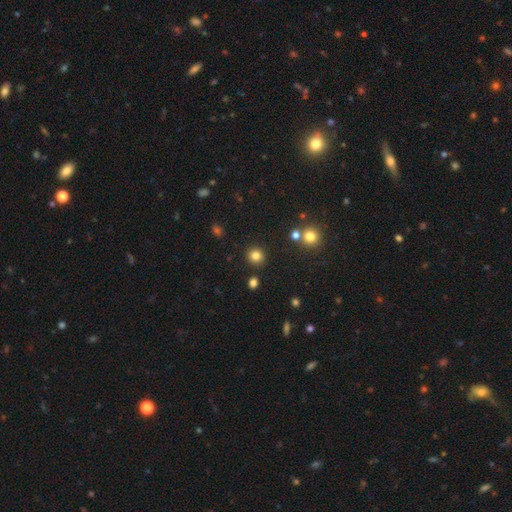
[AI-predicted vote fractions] This is clearly a smooth galaxy (82%). How rounded: clearly round (88%). Merging: clearly none (89%).